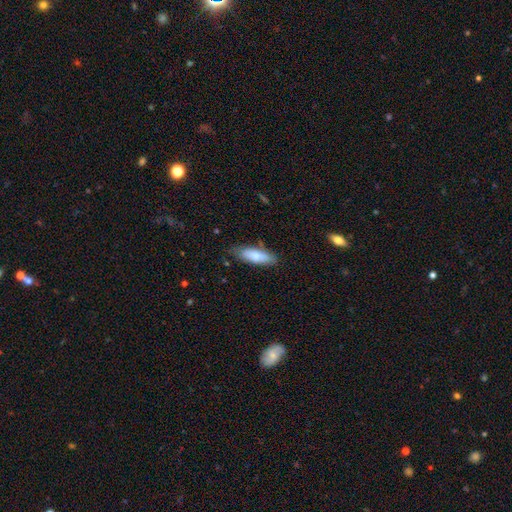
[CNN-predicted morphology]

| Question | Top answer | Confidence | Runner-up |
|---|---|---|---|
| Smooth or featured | smooth | 80% | featured or disk (14%) |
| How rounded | in between | 62% | cigar-shaped (37%) |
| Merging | none | 74% | minor disturbance (20%) |